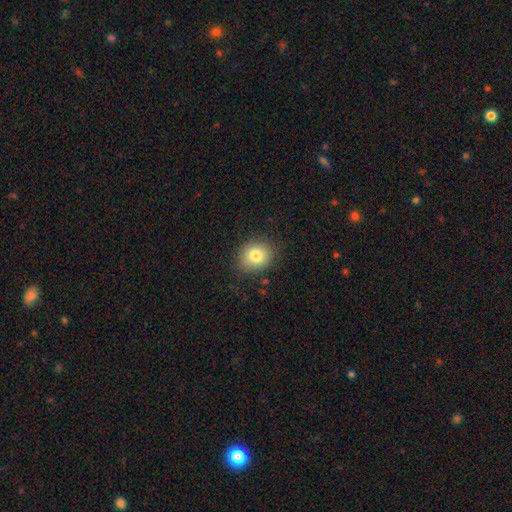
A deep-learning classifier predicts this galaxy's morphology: Smooth or featured: smooth — 80% (star or artifact — 10%)
How rounded: round — 65% (in between — 34%)
Merging: none — 86% (minor disturbance — 10%)